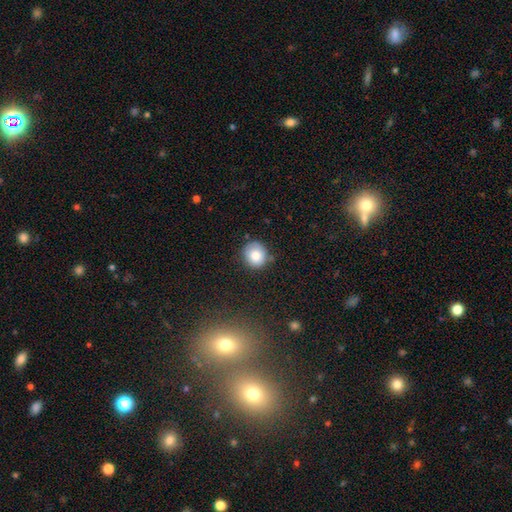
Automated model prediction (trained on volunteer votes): A smooth galaxy with no disk features (80%) that is round (84%). Merging: none (77%).